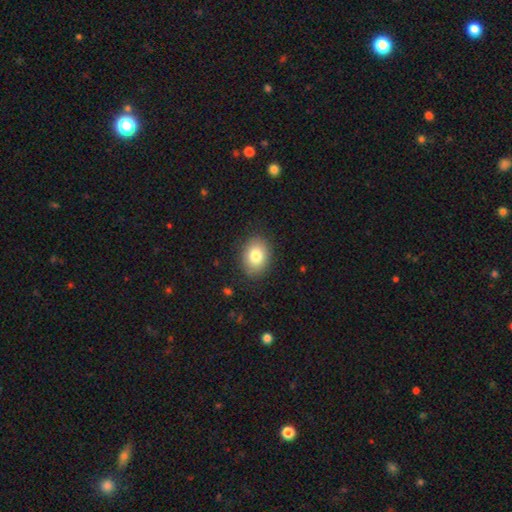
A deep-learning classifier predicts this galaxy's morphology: A smooth galaxy with no disk features (82%) that is in between round and cigar-shaped (61%). Merging: none (87%).